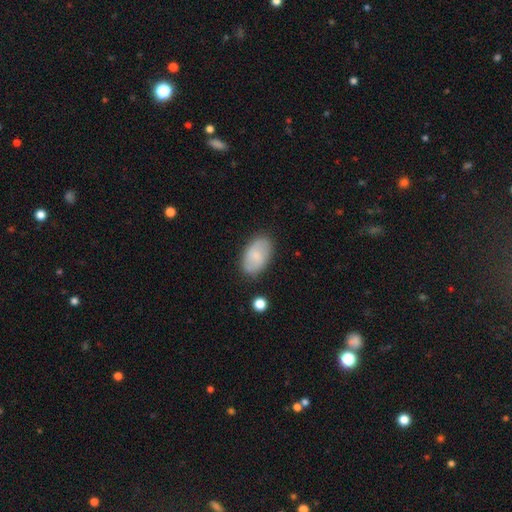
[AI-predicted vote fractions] smooth 62%, featured or disk 30%, star or artifact 7%. Down the decision tree: how rounded — in between (92%); merging — none (81%).